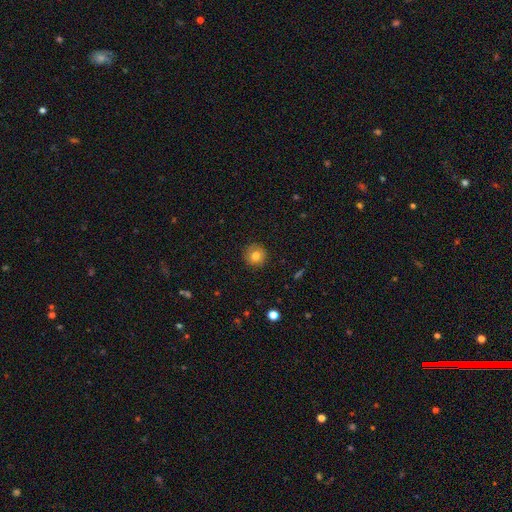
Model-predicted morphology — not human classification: Smooth or featured? Predicted: smooth (p=0.80). How rounded? Predicted: round (p=0.93). Merging? Predicted: none (p=0.89).